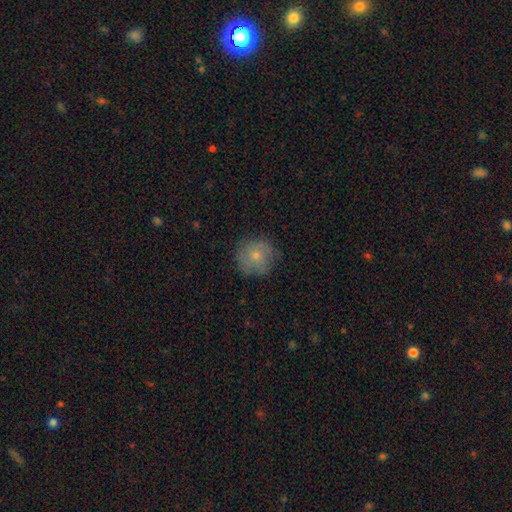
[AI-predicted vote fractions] Smooth or featured: smooth — 69% (featured or disk — 23%)
How rounded: round — 92% (in between — 7%)
Merging: none — 77% (minor disturbance — 17%)